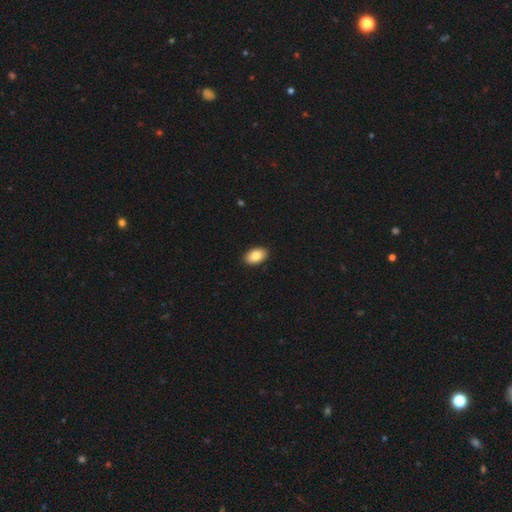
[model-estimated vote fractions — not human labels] Smooth or featured: smooth — 85% (featured or disk — 8%)
How rounded: in between — 92% (round — 6%)
Merging: none — 91% (minor disturbance — 6%)